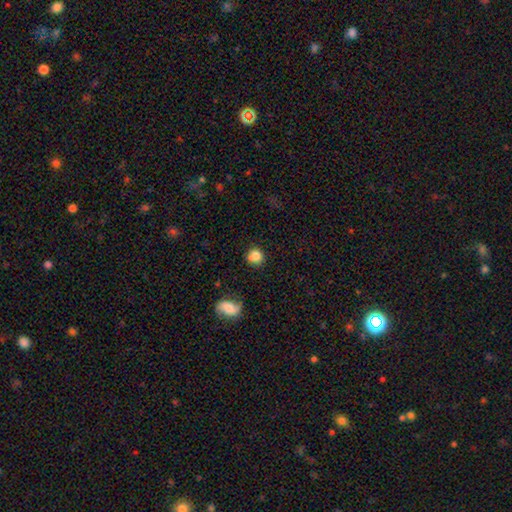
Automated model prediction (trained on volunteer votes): Smooth or featured? smooth (82%)
How rounded? round (85%)
Merging? none (75%)